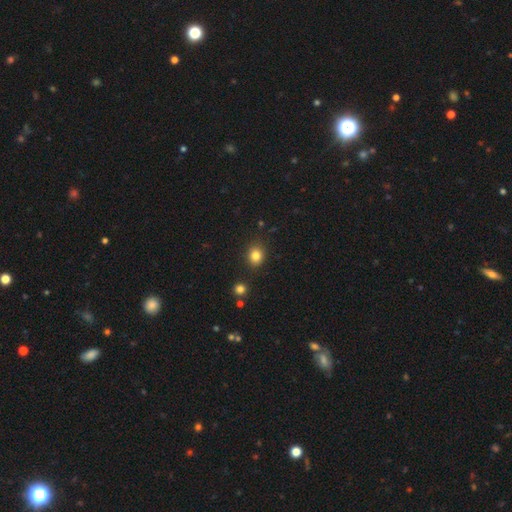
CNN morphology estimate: Q: Smooth or featured?
A: smooth (83%); runner-up: star or artifact (12%)
Q: How rounded?
A: round (70%); runner-up: in between (30%)
Q: Merging?
A: none (85%); runner-up: minor disturbance (10%)